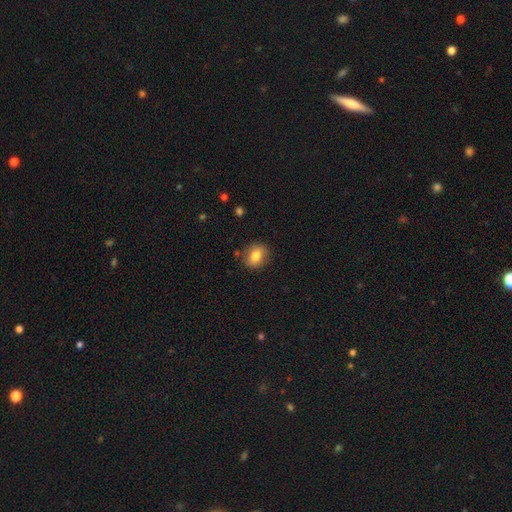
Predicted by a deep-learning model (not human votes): Morphology: type=smooth (78%); roundness=round (63%); merging=none (85%).